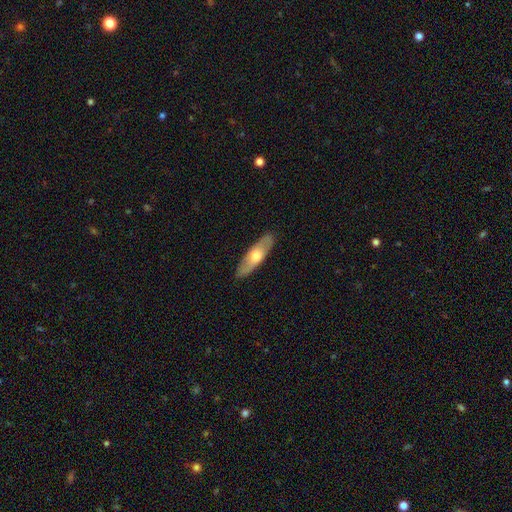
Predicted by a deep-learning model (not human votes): This appears to be a smooth galaxy with no disk features (52%) that is cigar-shaped (56%). Merging: none (88%).